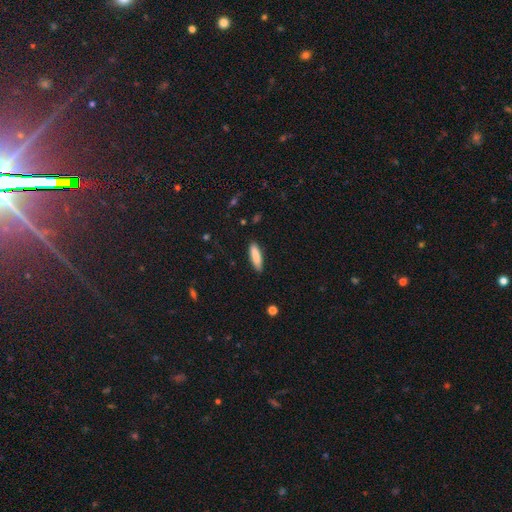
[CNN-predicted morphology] Q: Smooth or featured?
A: smooth (86%); runner-up: featured or disk (8%)
Q: How rounded?
A: cigar-shaped (64%); runner-up: in between (34%)
Q: Merging?
A: none (87%); runner-up: minor disturbance (10%)